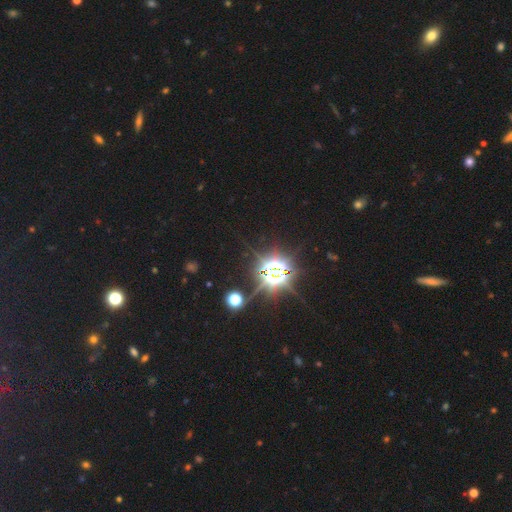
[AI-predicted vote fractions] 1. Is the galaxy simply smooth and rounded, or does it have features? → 82% star or artifact, 12% smooth, 6% featured or disk.